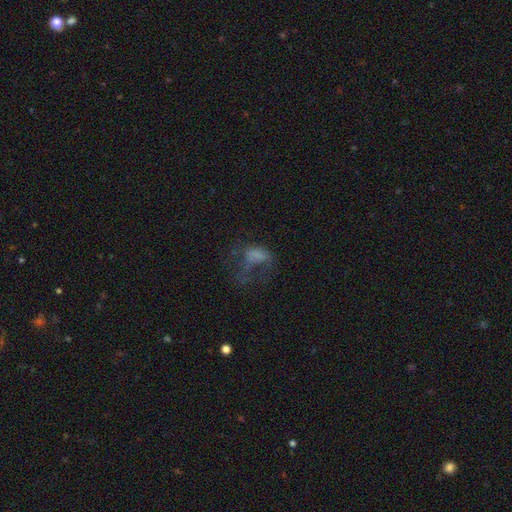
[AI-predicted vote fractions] A smooth galaxy with no disk features (49%). Merging: major disturbance (57%).